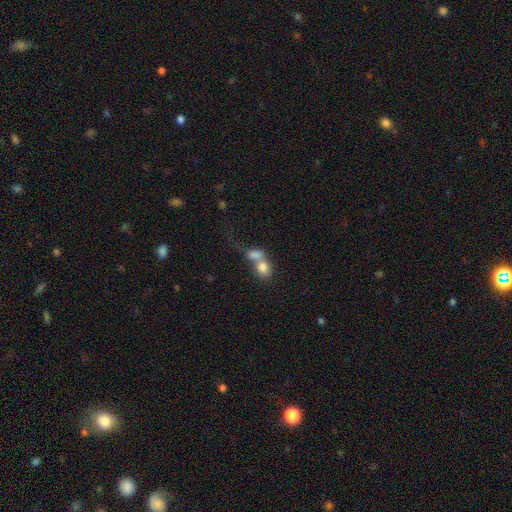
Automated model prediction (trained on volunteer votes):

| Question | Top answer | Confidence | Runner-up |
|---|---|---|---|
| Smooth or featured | smooth | 72% | featured or disk (17%) |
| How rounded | round | 54% | in between (43%) |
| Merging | merger | 71% | none (17%) |